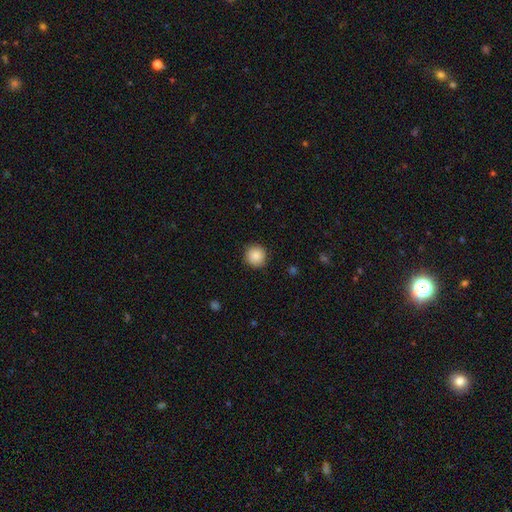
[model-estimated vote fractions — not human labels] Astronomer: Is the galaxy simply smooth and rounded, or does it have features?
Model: smooth — 87%.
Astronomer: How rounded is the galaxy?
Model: round — 94%.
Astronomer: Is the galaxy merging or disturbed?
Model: none — 89%.